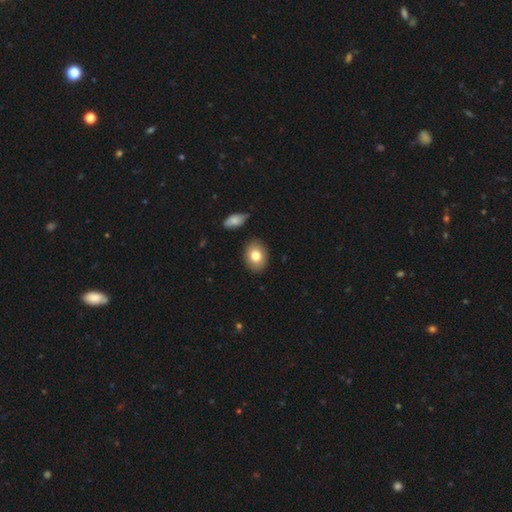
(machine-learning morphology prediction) smooth-or-featured: smooth: 79% | featured or disk: 13% | star or artifact: 8%
  how-rounded: in between: 67% | round: 31% | cigar-shaped: 1%
  merging: none: 87% | minor disturbance: 9% | merger: 2% | major disturbance: 2%